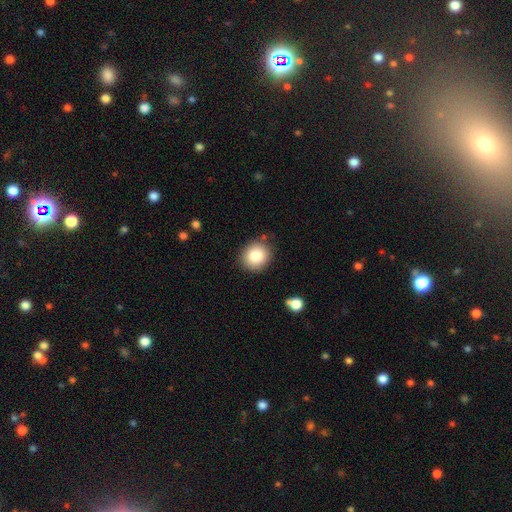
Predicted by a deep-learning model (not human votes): Smooth or featured?
  - smooth: 84% *
  - star or artifact: 9%
  - featured or disk: 7%
How rounded?
  - round: 83% *
  - in between: 16%
  - cigar-shaped: 1%
Merging?
  - none: 86% *
  - minor disturbance: 10%
  - major disturbance: 3%
  - merger: 2%